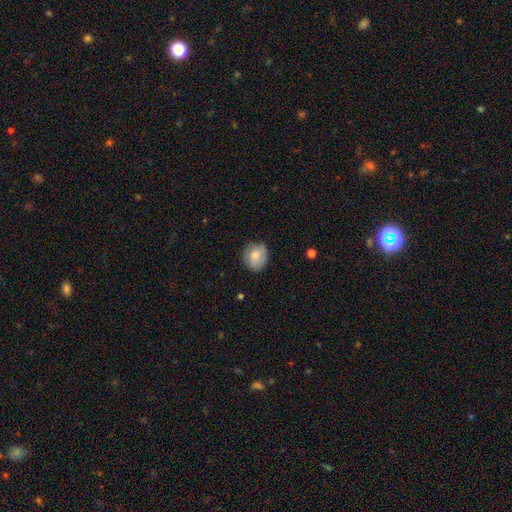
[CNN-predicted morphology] Smooth or featured?
  - smooth: 78% *
  - featured or disk: 15%
  - star or artifact: 7%
How rounded?
  - round: 71% *
  - in between: 28%
  - cigar-shaped: 1%
Merging?
  - none: 73% *
  - minor disturbance: 22%
  - major disturbance: 4%
  - merger: 1%